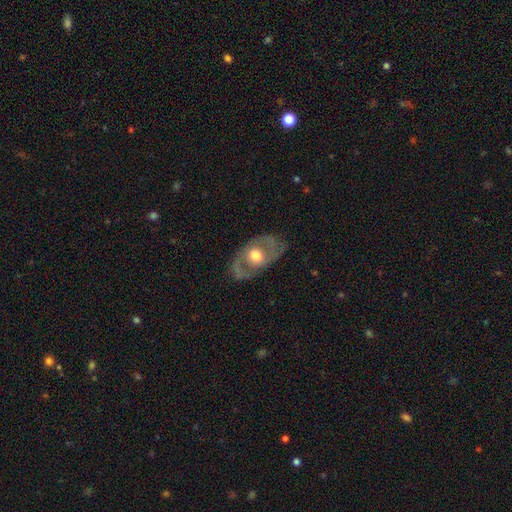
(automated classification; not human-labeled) The model was most divided on "spiral arms": yes: 59%, no: 41%. More confident: edge-on disk — no (92%); bar — no (76%); merging — none (74%); smooth or featured — featured or disk (70%); bulge size — moderate (66%).